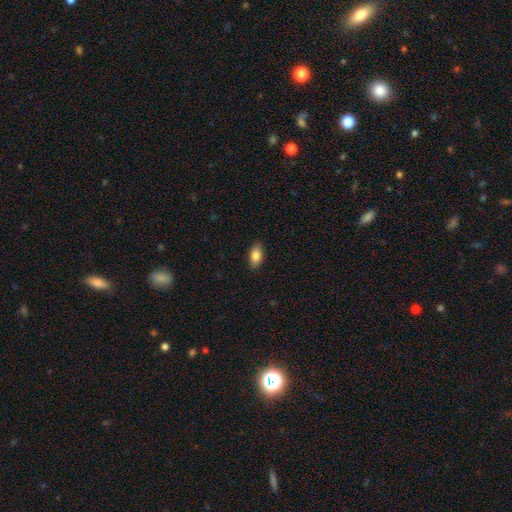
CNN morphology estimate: Smooth or featured: smooth — 84% (featured or disk — 9%)
How rounded: in between — 91% (cigar-shaped — 5%)
Merging: none — 88% (minor disturbance — 9%)